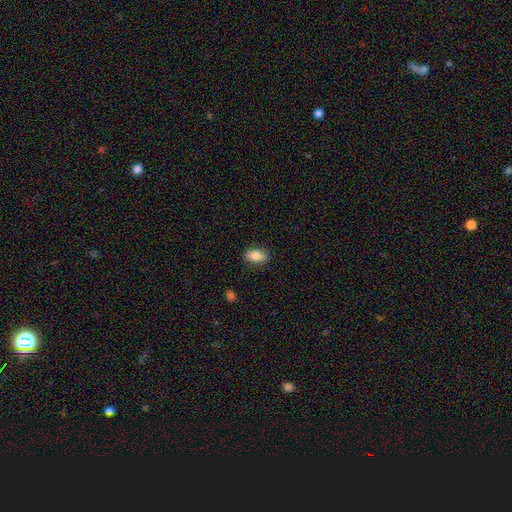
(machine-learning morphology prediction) A smooth galaxy with no disk features (83%) that is in between round and cigar-shaped (88%). Merging: none (83%).